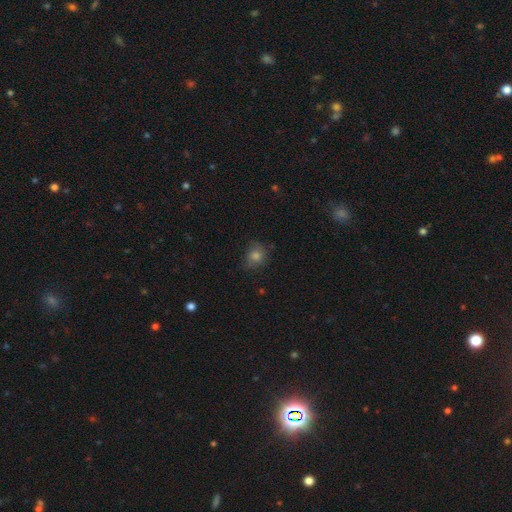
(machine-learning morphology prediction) smooth 74%, star or artifact 15%, featured or disk 11%. Down the decision tree: how rounded — round (76%); merging — none (68%).